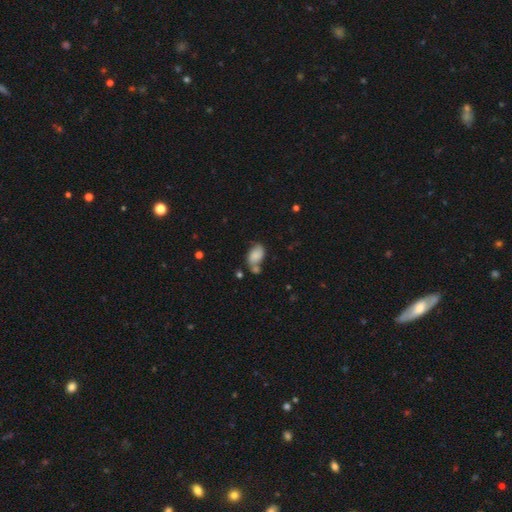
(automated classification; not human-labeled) This appears to be a smooth galaxy with no disk features (74%) that is in between round and cigar-shaped (88%). Merging: none (40%).